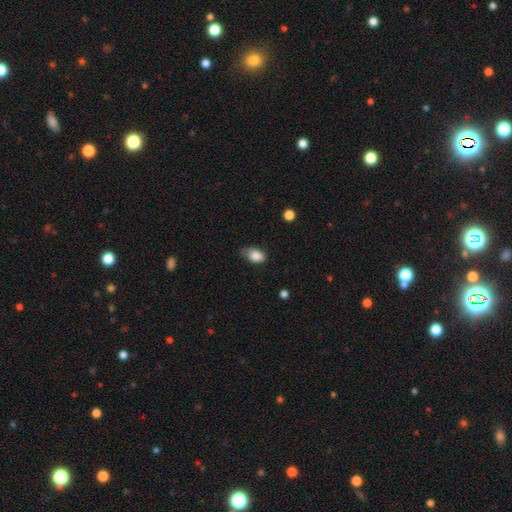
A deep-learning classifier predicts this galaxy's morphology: A smooth galaxy with no disk features (84%) that is in between round and cigar-shaped (87%).

Vote fractions:
- Smooth or featured? smooth: 84% / featured or disk: 8% / star or artifact: 7%
- How rounded? in between: 87% / round: 12% / cigar-shaped: 2%
- Merging? none: 47% / minor disturbance: 41% / major disturbance: 10% / merger: 2%